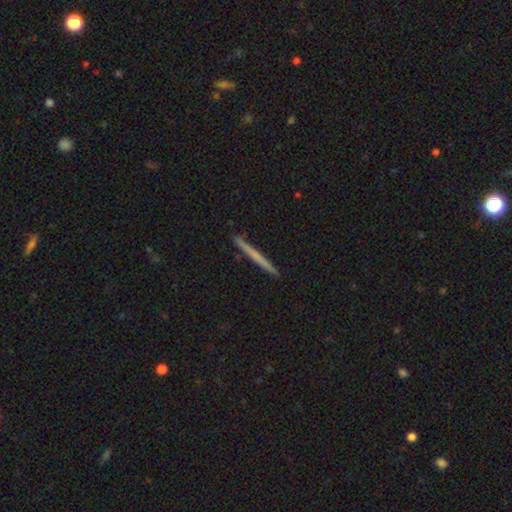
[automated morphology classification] Overall: smooth (50%; featured or disk 45%). Merging: none (93%).